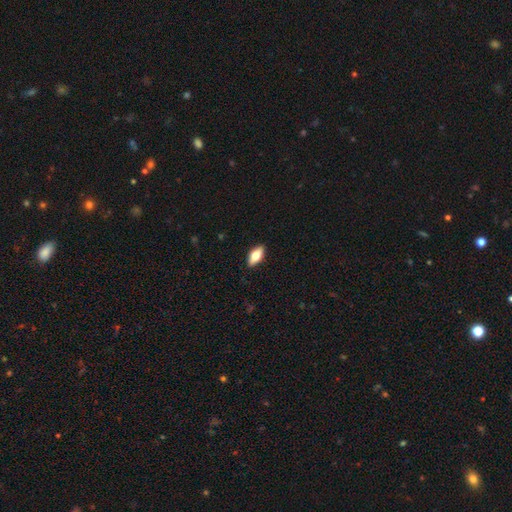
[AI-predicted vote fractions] The model was most divided on "smooth or featured": smooth: 71%, featured or disk: 22%, star or artifact: 7%. More confident: merging — none (89%); how rounded — in between (84%).